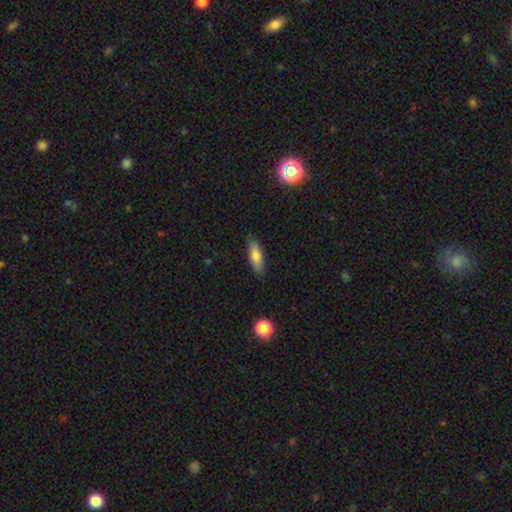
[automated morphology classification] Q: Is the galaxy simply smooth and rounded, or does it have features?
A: smooth — 75%.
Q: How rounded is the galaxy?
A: in between — 54%.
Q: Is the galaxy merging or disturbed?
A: none — 86%.